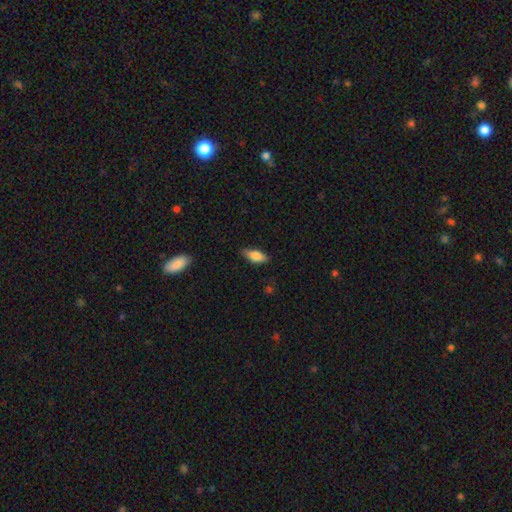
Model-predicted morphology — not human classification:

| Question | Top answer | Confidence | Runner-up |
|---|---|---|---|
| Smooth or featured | smooth | 76% | featured or disk (17%) |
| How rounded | in between | 76% | cigar-shaped (21%) |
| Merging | none | 82% | minor disturbance (14%) |